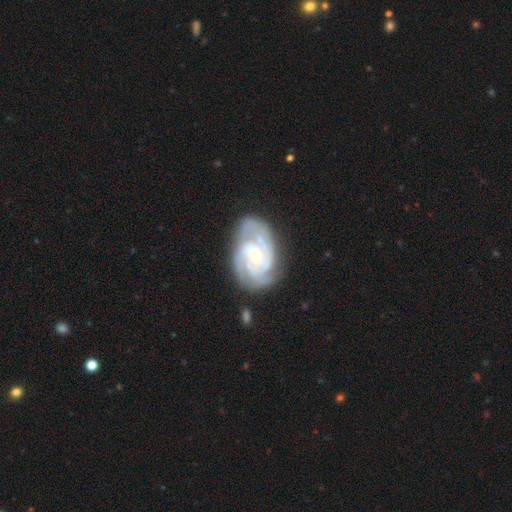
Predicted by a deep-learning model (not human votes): A featured or disk galaxy (89%) with no bar (69%), 3 (43%) tight (67%) spiral arms (98%) and a small central bulge (68%).

Vote fractions:
- Smooth or featured? featured or disk: 89% / smooth: 6% / star or artifact: 5%
- Edge-on disk? no: 97% / yes: 3%
- Bar? no: 69% / weak: 25% / strong: 6%
- Spiral arms? yes: 98% / no: 2%
- Spiral winding? tight: 67% / medium: 29% / loose: 4%
- Spiral arm count? 3: 43% / 2: 20% / 4: 14% / can't tell: 13% / more than 4: 5% / 1: 5%
- Bulge size? small: 68% / moderate: 29% / none: 1% / large: 1% / dominant: 1%
- Merging? none: 73% / minor disturbance: 19% / major disturbance: 6% / merger: 2%